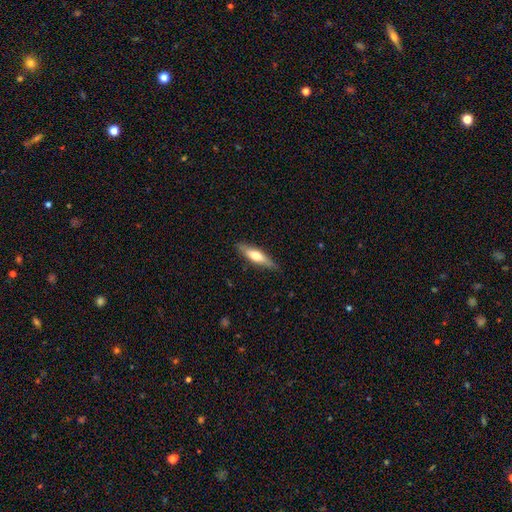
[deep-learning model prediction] smooth-or-featured: smooth: 54% | featured or disk: 40% | star or artifact: 6%
  how-rounded: cigar-shaped: 71% | in between: 28% | round: 2%
  merging: none: 85% | minor disturbance: 12% | major disturbance: 2% | merger: 1%